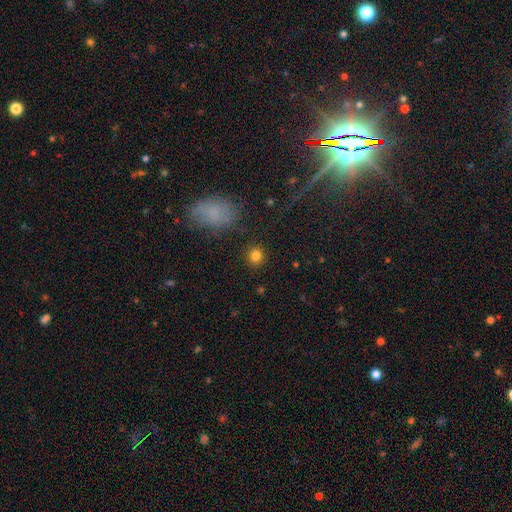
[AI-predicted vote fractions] Overall: smooth (82%). How rounded: round (89%). Merging: none (90%).